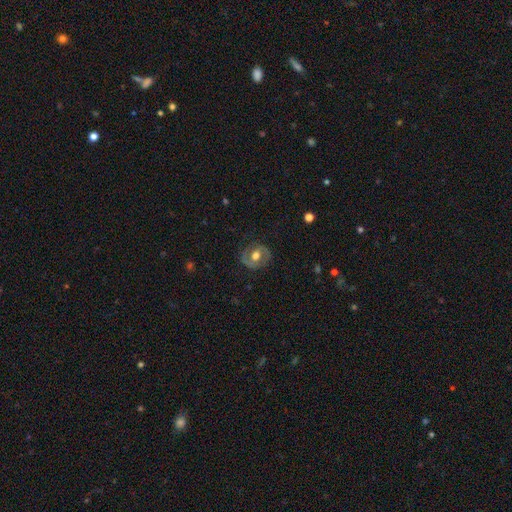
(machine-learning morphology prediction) Smooth or featured? featured or disk (62%)
Edge-on disk? no (95%)
Bar? no (58%)
Spiral arms? yes (52%)
Bulge size? moderate (59%)
Merging? none (79%)